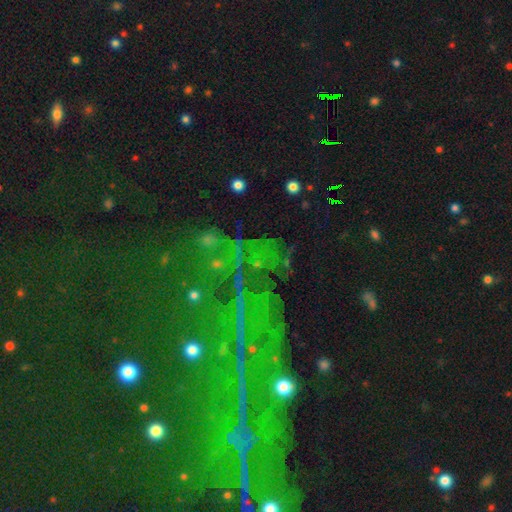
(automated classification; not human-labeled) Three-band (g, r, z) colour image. It shows a star or artifact, not a galaxy (80%).